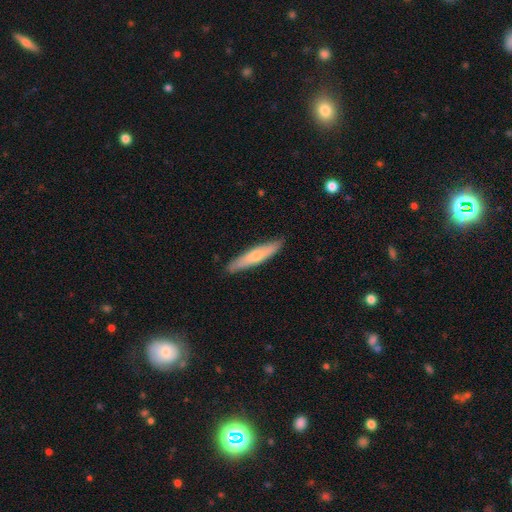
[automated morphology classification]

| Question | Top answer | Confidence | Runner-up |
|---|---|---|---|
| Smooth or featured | smooth | 60% | featured or disk (35%) |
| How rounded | cigar-shaped | 88% | in between (11%) |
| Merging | none | 88% | minor disturbance (9%) |